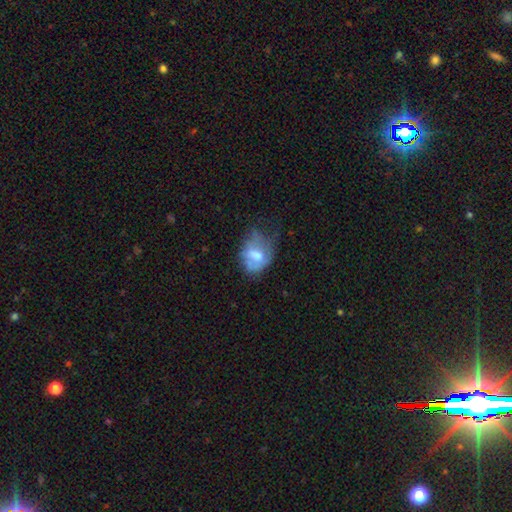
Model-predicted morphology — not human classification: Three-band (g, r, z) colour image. It shows a smooth galaxy with no disk features (52%) that is in between round and cigar-shaped (63%). Merging: major disturbance (34%).